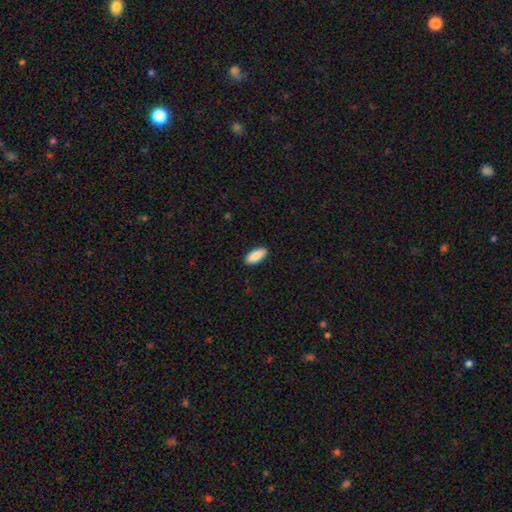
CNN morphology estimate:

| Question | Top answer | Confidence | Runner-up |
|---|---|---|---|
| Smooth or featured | smooth | 90% | star or artifact (6%) |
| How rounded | in between | 90% | cigar-shaped (8%) |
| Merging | none | 90% | minor disturbance (7%) |